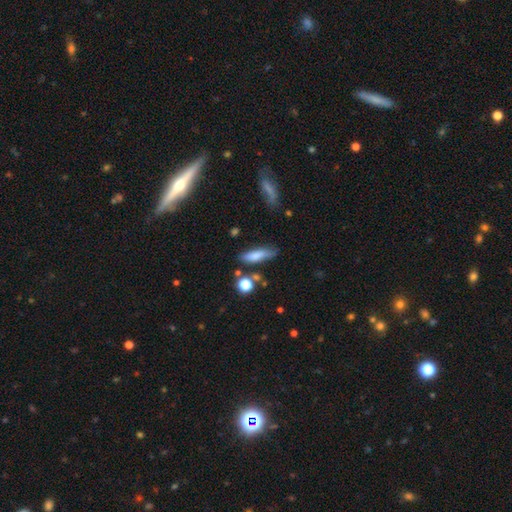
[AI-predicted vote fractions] Q: Smooth or featured?
A: smooth (72%); runner-up: featured or disk (19%)
Q: How rounded?
A: cigar-shaped (62%); runner-up: in between (35%)
Q: Merging?
A: none (70%); runner-up: minor disturbance (19%)